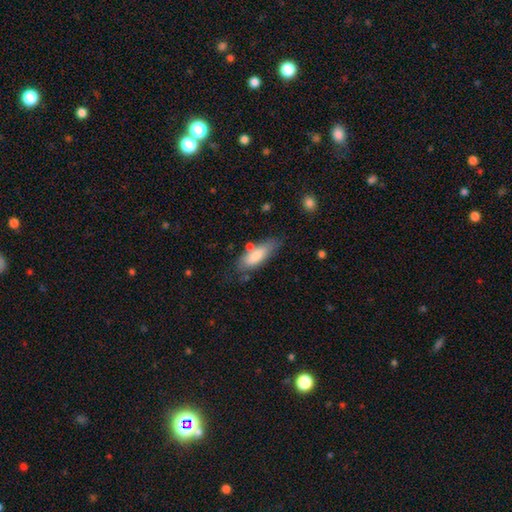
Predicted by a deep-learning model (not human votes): Smooth or featured? smooth (79%)
How rounded? in between (67%)
Merging? none (62%)